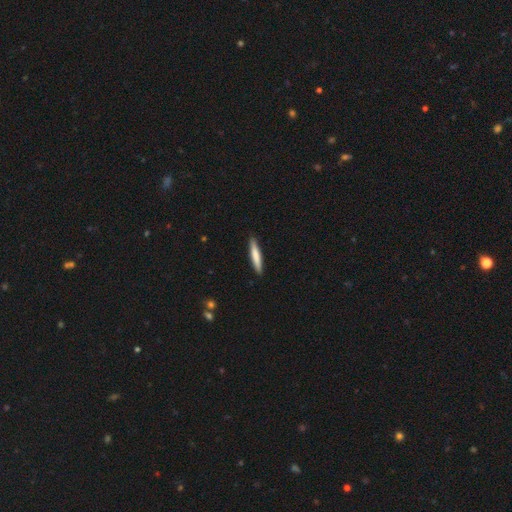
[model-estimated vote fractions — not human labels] Morphology: type=smooth (74%); roundness=cigar-shaped (92%); merging=none (90%).